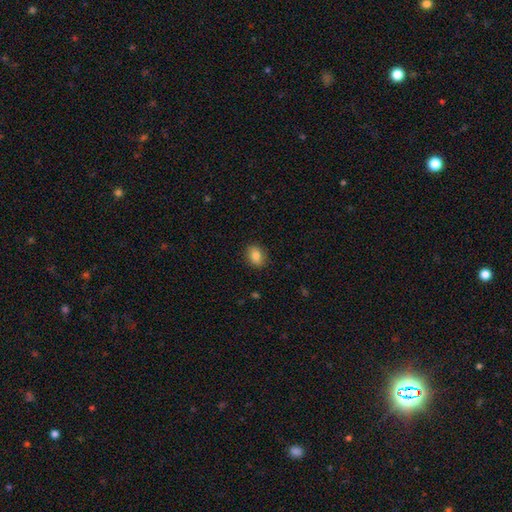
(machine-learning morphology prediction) smooth_or_featured: smooth (p=0.83) [alt: star or artifact p=0.09]
how_rounded: in between (p=0.64) [alt: round p=0.35]
merging: none (p=0.87) [alt: minor disturbance p=0.09]